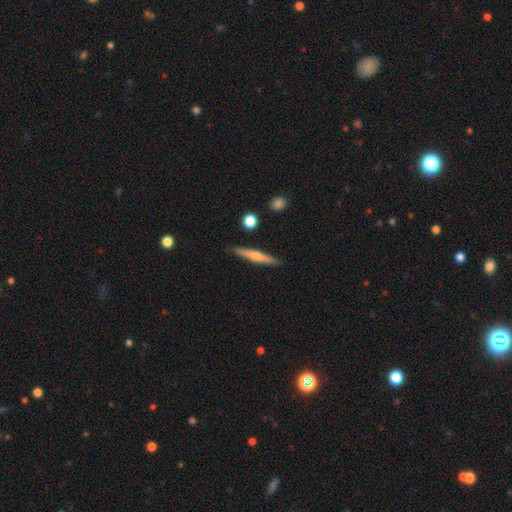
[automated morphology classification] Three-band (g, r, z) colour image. It shows a featured or disk galaxy (48%). Merging: none (88%).